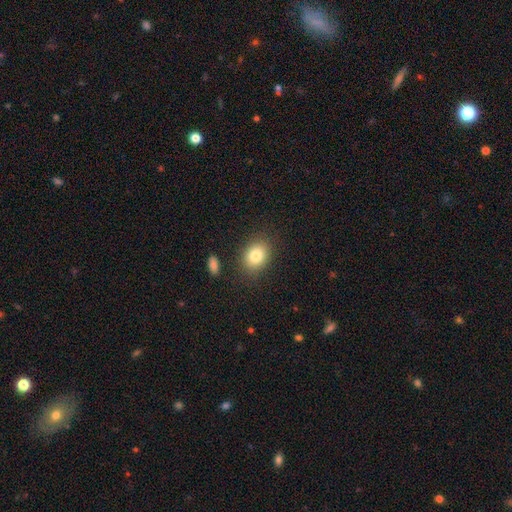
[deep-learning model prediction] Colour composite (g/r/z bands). It shows a smooth galaxy with no disk features (82%) that is in between round and cigar-shaped (63%). Merging: none (84%).